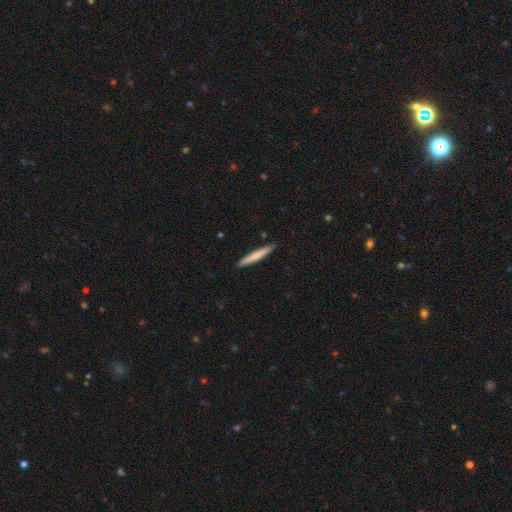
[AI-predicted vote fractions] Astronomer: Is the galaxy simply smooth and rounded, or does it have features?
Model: smooth — 71%.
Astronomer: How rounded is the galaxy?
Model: cigar-shaped — 96%.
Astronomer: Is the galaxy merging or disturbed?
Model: none — 92%.